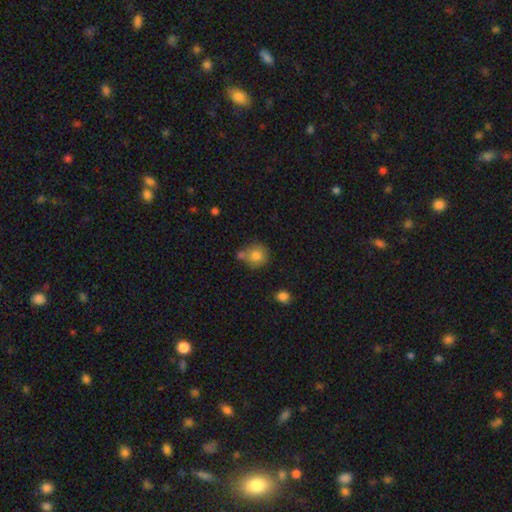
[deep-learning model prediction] Q: Smooth or featured?
A: smooth (80%); runner-up: featured or disk (11%)
Q: How rounded?
A: round (89%); runner-up: in between (10%)
Q: Merging?
A: none (58%); runner-up: merger (23%)